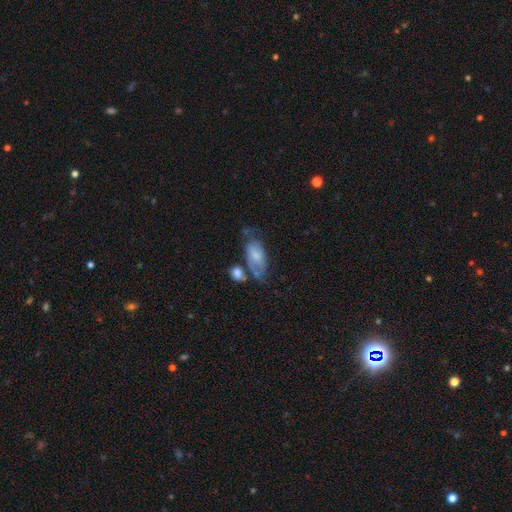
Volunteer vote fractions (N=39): Volunteers were most divided on "spiral arm count" (2-way tie): 2: 50%, can't tell: 50%, 1: 0%, 3: 0%, 4: 0%, more than 4: 0%. Remaining: edge-on disk — no (85%); spiral winding — medium (75%); spiral arms — yes (71%); bar — no (65%); smooth or featured — featured or disk (51%); bulge size — small (47%); merging — none (39%).